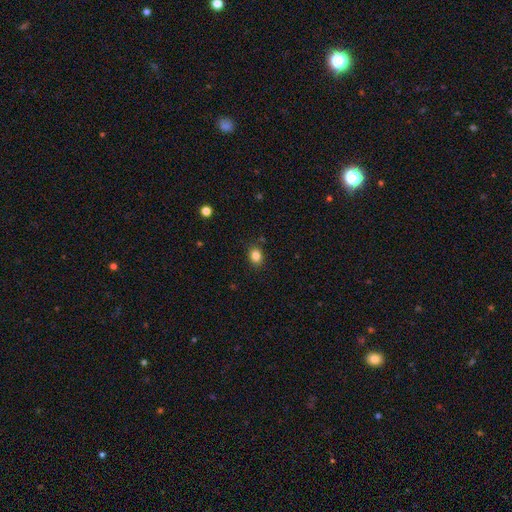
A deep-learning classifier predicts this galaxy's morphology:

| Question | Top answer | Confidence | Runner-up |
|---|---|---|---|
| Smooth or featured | smooth | 84% | star or artifact (11%) |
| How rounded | round | 53% | in between (46%) |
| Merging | none | 86% | minor disturbance (10%) |